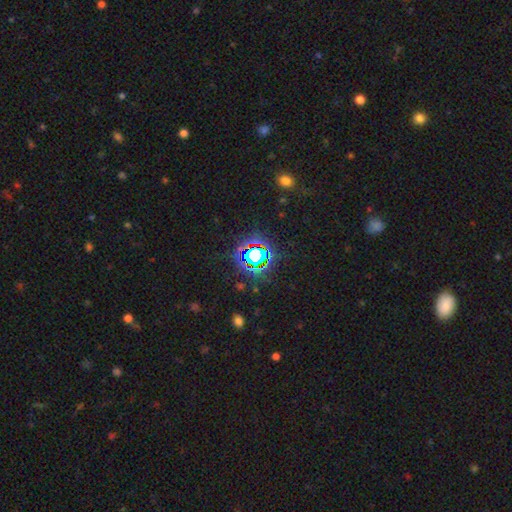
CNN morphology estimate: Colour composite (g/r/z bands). It shows a star or artifact, not a galaxy (75%).